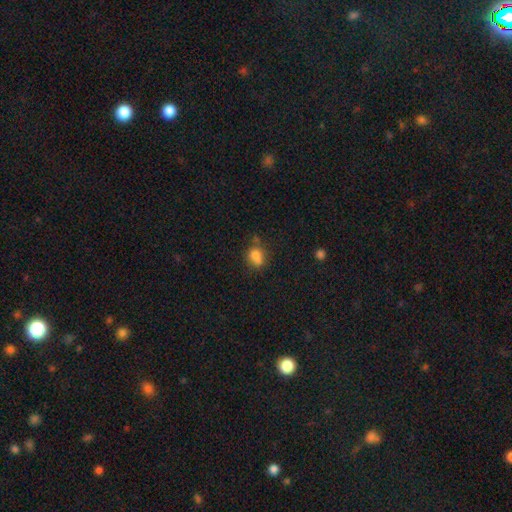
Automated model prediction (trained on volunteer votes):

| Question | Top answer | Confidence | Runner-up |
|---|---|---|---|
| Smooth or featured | smooth | 75% | featured or disk (13%) |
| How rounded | round | 63% | in between (36%) |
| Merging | none | 42% | merger (36%) |